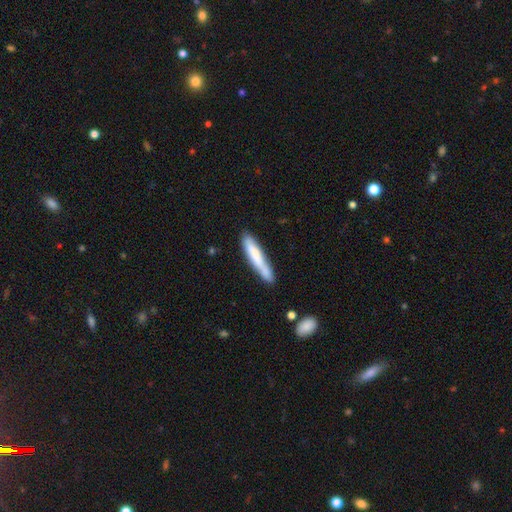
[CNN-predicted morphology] The model was most divided on "smooth or featured": smooth: 71%, featured or disk: 23%, star or artifact: 6%. More confident: how rounded — cigar-shaped (91%); merging — none (70%).